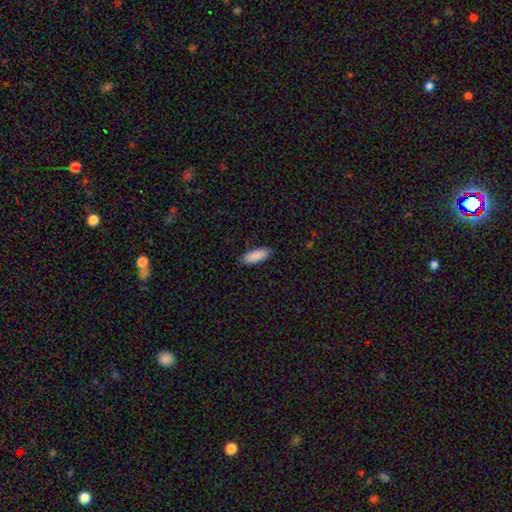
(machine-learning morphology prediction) Smooth or featured? smooth (90%)
How rounded? in between (70%)
Merging? none (88%)